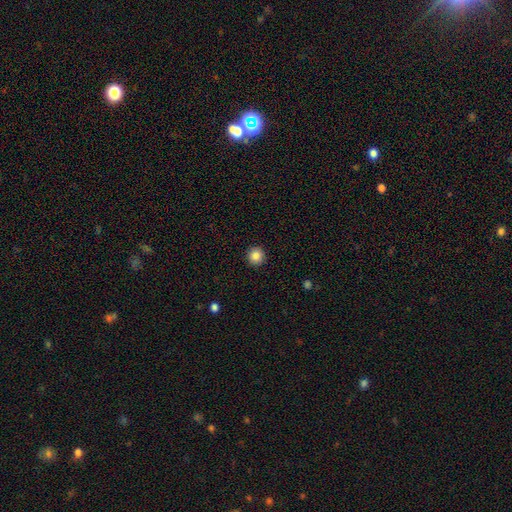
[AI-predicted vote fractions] Smooth or featured? Predicted: smooth (p=0.85). How rounded? Predicted: round (p=0.94). Merging? Predicted: none (p=0.92).